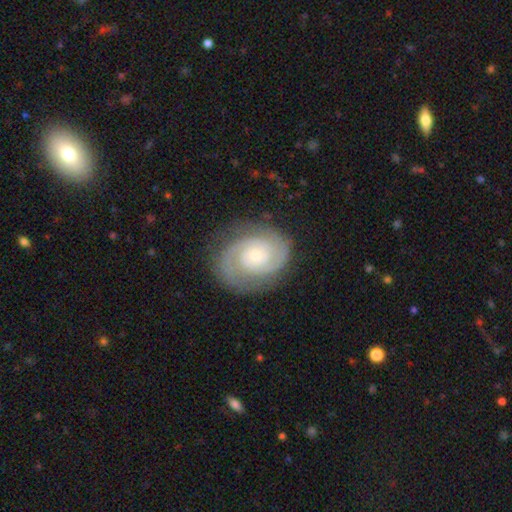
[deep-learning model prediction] Smooth or featured?
  - featured or disk: 88% *
  - smooth: 7%
  - star or artifact: 5%
Edge-on disk?
  - no: 98% *
  - yes: 2%
Bar?
  - no: 72% *
  - weak: 22%
  - strong: 5%
Spiral arms?
  - yes: 98% *
  - no: 2%
Spiral winding?
  - tight: 64% *
  - medium: 31%
  - loose: 5%
Spiral arm count?
  - 2: 84% *
  - can't tell: 6%
  - 3: 5%
  - 1: 2%
  - 4: 2%
  - more than 4: 2%
Bulge size?
  - small: 69% *
  - moderate: 24%
  - large: 3%
  - none: 2%
  - dominant: 1%
Merging?
  - none: 82% *
  - minor disturbance: 12%
  - major disturbance: 4%
  - merger: 1%